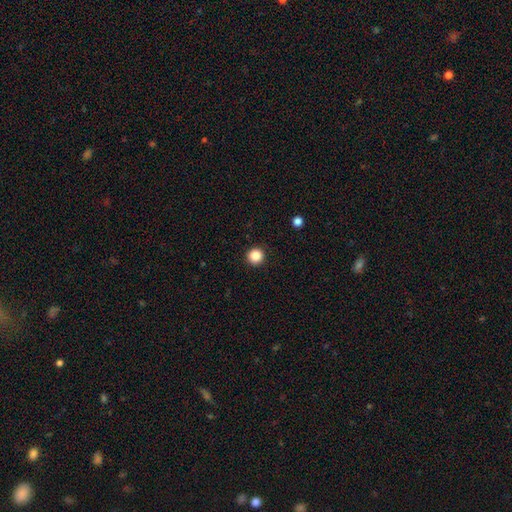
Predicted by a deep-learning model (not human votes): This appears to be a smooth galaxy with no disk features (86%) that is round (96%). Merging: none (93%).